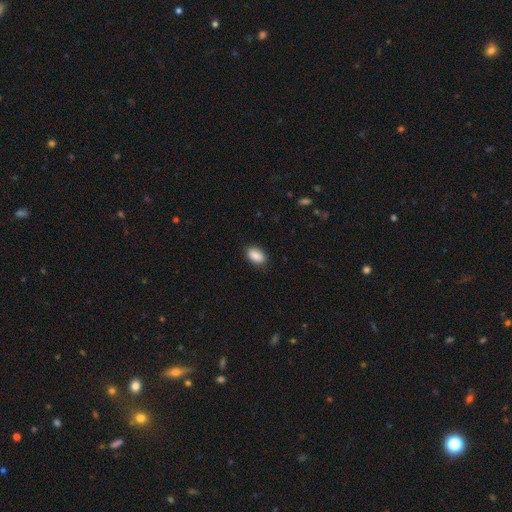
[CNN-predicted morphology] Smooth or featured? Predicted: smooth (p=0.89). How rounded? Predicted: in between (p=0.91). Merging? Predicted: none (p=0.87).